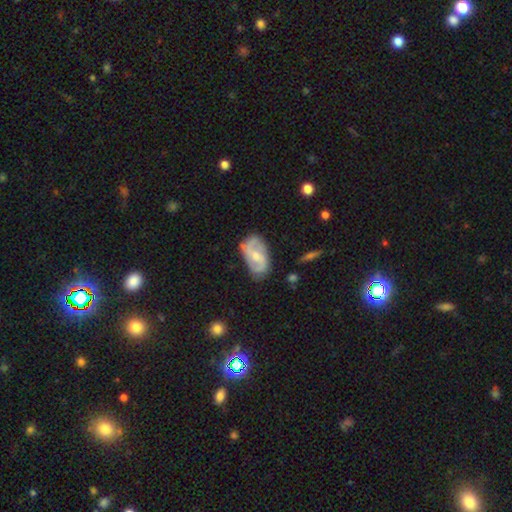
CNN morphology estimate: A featured or disk galaxy (74%) with no bar (48%), 2 (79%) medium (43%) spiral arms (90%) and a small central bulge (49%).

Vote fractions:
- Smooth or featured? featured or disk: 74% / smooth: 20% / star or artifact: 6%
- Edge-on disk? no: 96% / yes: 4%
- Bar? no: 48% / weak: 42% / strong: 10%
- Spiral arms? yes: 90% / no: 10%
- Spiral winding? medium: 43% / loose: 36% / tight: 20%
- Spiral arm count? 2: 79% / can't tell: 11% / 3: 5% / 1: 2% / 4: 2% / more than 4: 1%
- Bulge size? small: 49% / moderate: 46% / none: 2% / large: 2% / dominant: 1%
- Merging? none: 67% / minor disturbance: 23% / major disturbance: 7% / merger: 2%